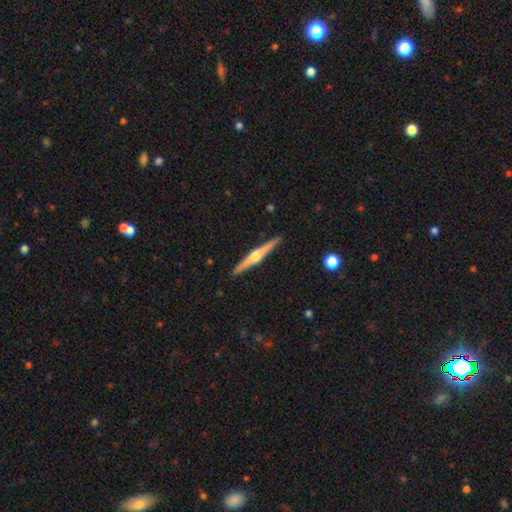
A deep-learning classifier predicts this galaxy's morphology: Smooth or featured: featured or disk — 79% (smooth — 16%)
Edge-on disk: yes — 98% (no — 2%)
Edge-on bulge: rounded — 93% (boxy — 4%)
Merging: none — 92% (minor disturbance — 6%)